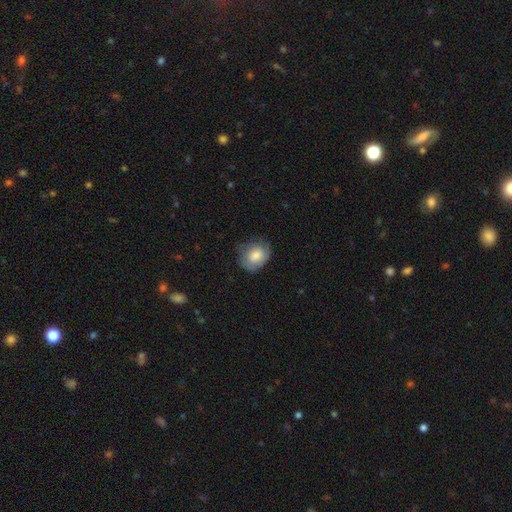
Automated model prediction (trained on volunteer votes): smooth_or_featured: smooth (p=0.69) [alt: featured or disk p=0.24]
how_rounded: round (p=0.50) [alt: in between p=0.49]
merging: none (p=0.62) [alt: minor disturbance p=0.28]